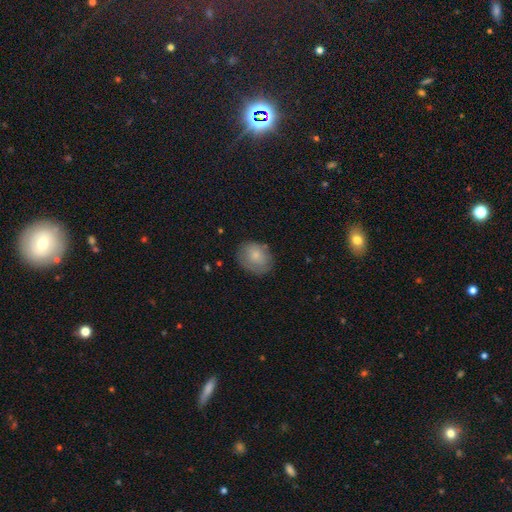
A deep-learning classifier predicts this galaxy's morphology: Smooth or featured?
  - smooth: 77% *
  - featured or disk: 16%
  - star or artifact: 8%
How rounded?
  - round: 52% *
  - in between: 47%
  - cigar-shaped: 1%
Merging?
  - none: 71% *
  - minor disturbance: 21%
  - major disturbance: 6%
  - merger: 2%